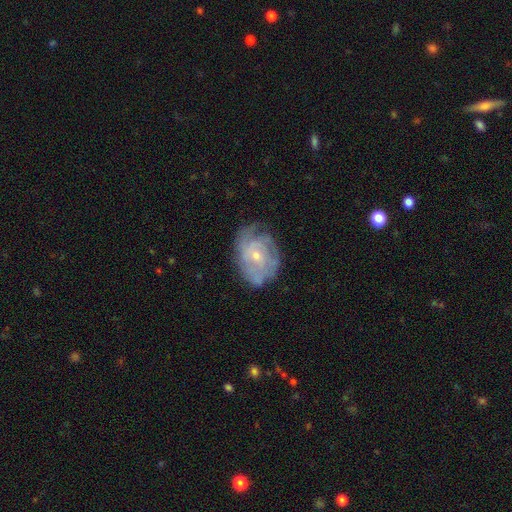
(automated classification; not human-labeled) Smooth or featured? Predicted: featured or disk (p=0.76). Edge-on disk? Predicted: no (p=0.97). Bar? Predicted: no (p=0.73). Spiral arms? Predicted: yes (p=0.85). Spiral winding? Predicted: tight (p=0.62). Spiral arm count? Predicted: can't tell (p=0.51). Bulge size? Predicted: small (p=0.67). Merging? Predicted: none (p=0.59).